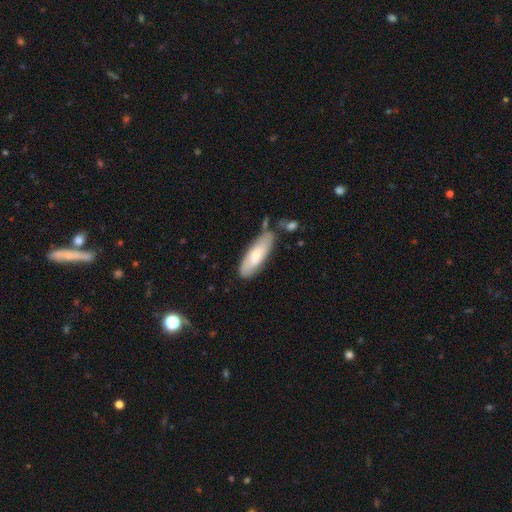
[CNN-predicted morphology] smooth_or_featured: smooth (p=0.68) [alt: featured or disk p=0.27]
how_rounded: in between (p=0.54) [alt: cigar-shaped p=0.44]
merging: none (p=0.64) [alt: minor disturbance p=0.21]